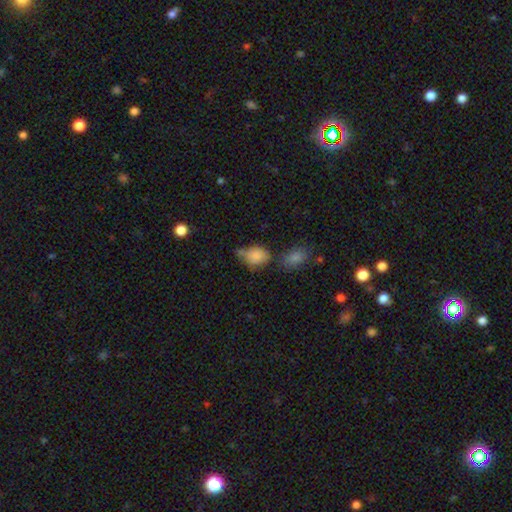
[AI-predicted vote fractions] A smooth galaxy with no disk features (82%) that is in between round and cigar-shaped (66%). Merging: none (42%).